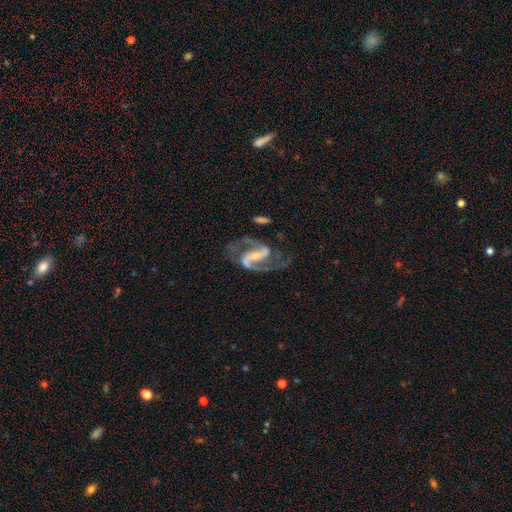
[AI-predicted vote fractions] A featured or disk galaxy (93%) with a strong bar (49%), 2 (94%) medium (61%) spiral arms (98%) and a small central bulge (63%).

Vote fractions:
- Smooth or featured? featured or disk: 93% / star or artifact: 4% / smooth: 3%
- Edge-on disk? no: 98% / yes: 2%
- Bar? strong: 49% / weak: 37% / no: 14%
- Spiral arms? yes: 98% / no: 2%
- Spiral winding? medium: 61% / loose: 27% / tight: 12%
- Spiral arm count? 2: 94% / can't tell: 1% / 1: 1% / 3: 1% / 4: 1% / more than 4: 1%
- Bulge size? small: 63% / moderate: 26% / none: 8% / large: 2% / dominant: 1%
- Merging? none: 70% / minor disturbance: 16% / major disturbance: 11% / merger: 3%